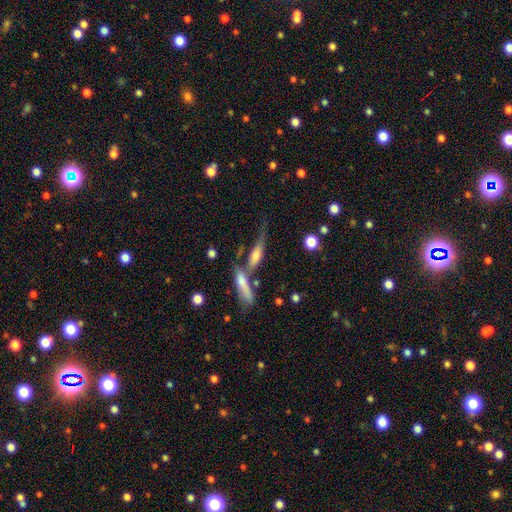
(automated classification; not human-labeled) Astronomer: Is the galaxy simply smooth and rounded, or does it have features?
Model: smooth — 49% (runner-up: featured or disk, 42%).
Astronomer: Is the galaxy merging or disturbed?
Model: merger — 40% (runner-up: none, 37%).